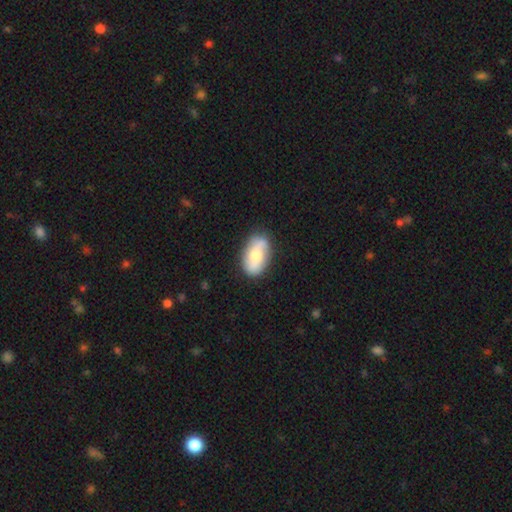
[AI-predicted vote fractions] A smooth galaxy with no disk features (49%). Merging: none (79%).